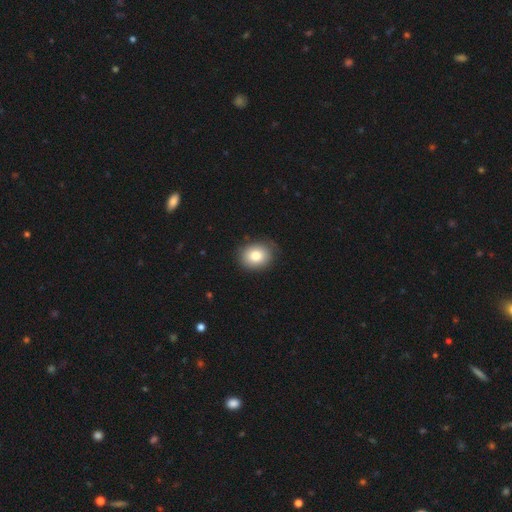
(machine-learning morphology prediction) Smooth or featured?
  - smooth: 81% *
  - featured or disk: 10%
  - star or artifact: 9%
How rounded?
  - round: 54% *
  - in between: 45%
  - cigar-shaped: 1%
Merging?
  - none: 79% *
  - minor disturbance: 16%
  - major disturbance: 3%
  - merger: 1%